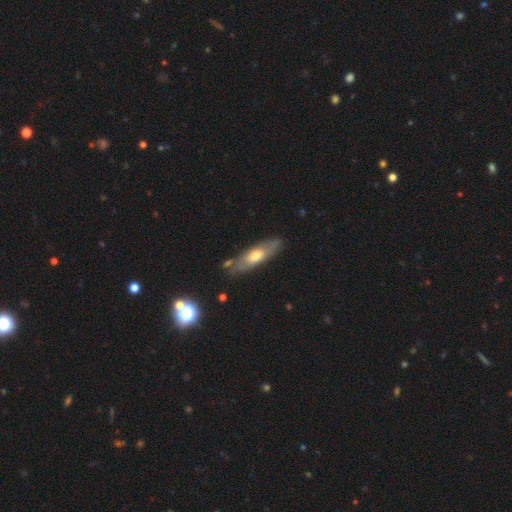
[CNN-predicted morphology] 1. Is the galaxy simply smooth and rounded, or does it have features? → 47% smooth, 46% featured or disk, 6% star or artifact.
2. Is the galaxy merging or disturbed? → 73% none, 18% minor disturbance, 5% major disturbance, 4% merger.